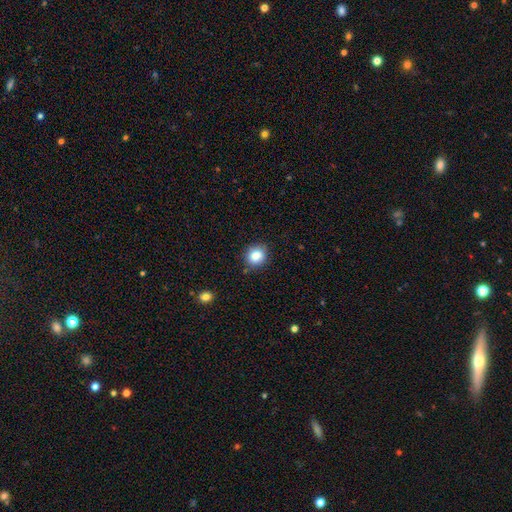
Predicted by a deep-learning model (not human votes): The model was most divided on "how rounded": round: 84%, in between: 15%, cigar-shaped: 1%. More confident: merging — none (85%); smooth or featured — smooth (85%).